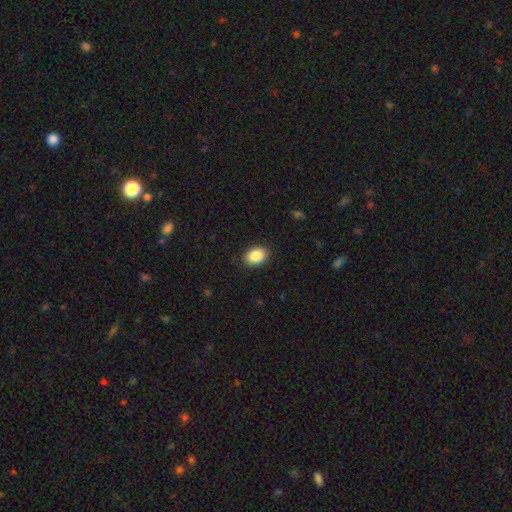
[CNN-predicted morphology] smooth 88%, star or artifact 7%, featured or disk 5%. Down the decision tree: how rounded — in between (83%); merging — none (88%).